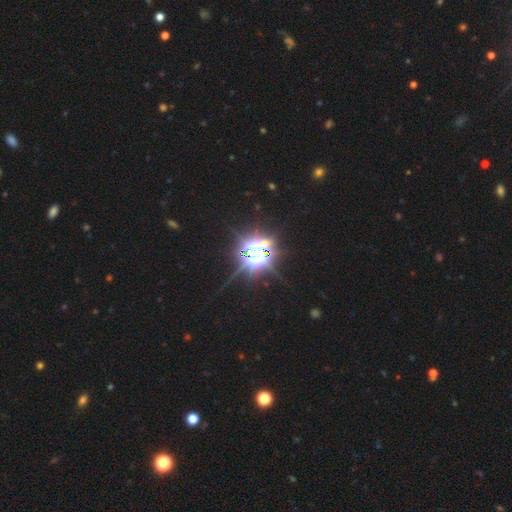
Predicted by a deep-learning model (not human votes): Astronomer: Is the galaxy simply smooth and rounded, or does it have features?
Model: star or artifact — 78%.